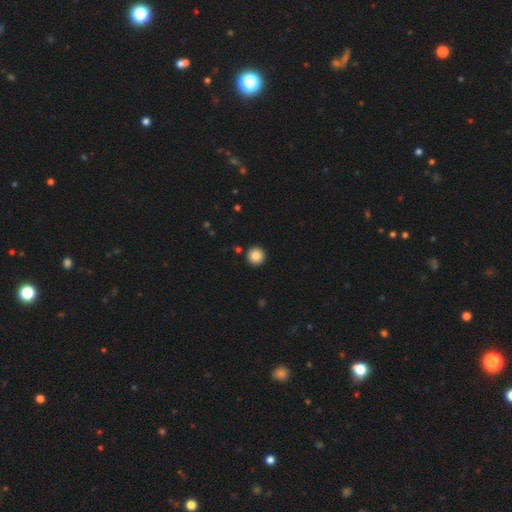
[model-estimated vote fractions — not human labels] The model was most divided on "smooth or featured": smooth: 85%, star or artifact: 9%, featured or disk: 6%. More confident: how rounded — round (96%); merging — none (93%).